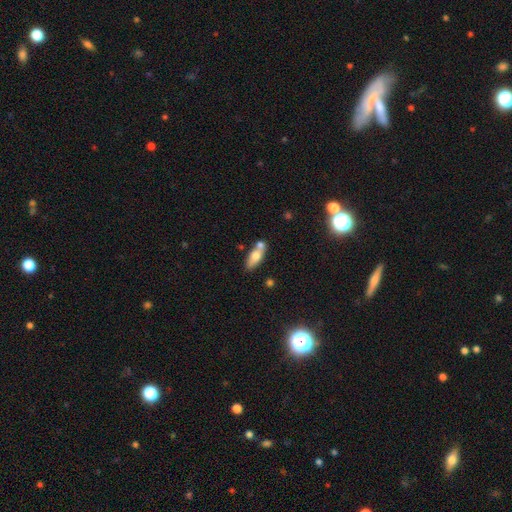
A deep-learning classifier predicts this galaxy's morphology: Smooth or featured?
  - smooth: 67% *
  - featured or disk: 26%
  - star or artifact: 7%
How rounded?
  - in between: 73% *
  - cigar-shaped: 23%
  - round: 4%
Merging?
  - none: 48% *
  - merger: 35%
  - minor disturbance: 13%
  - major disturbance: 4%